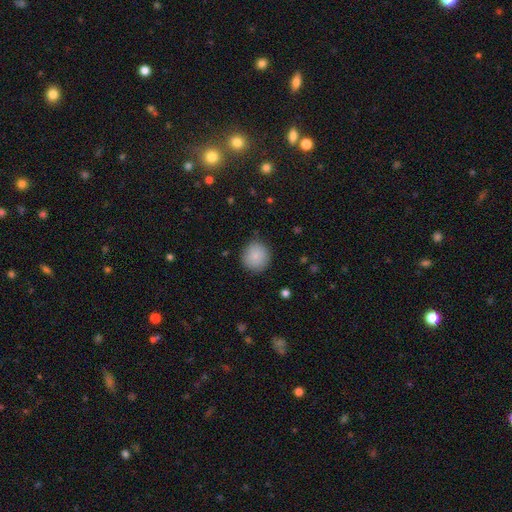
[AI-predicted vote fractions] This is clearly a smooth galaxy (84%). How rounded: clearly round (91%). Merging: clearly none (85%).